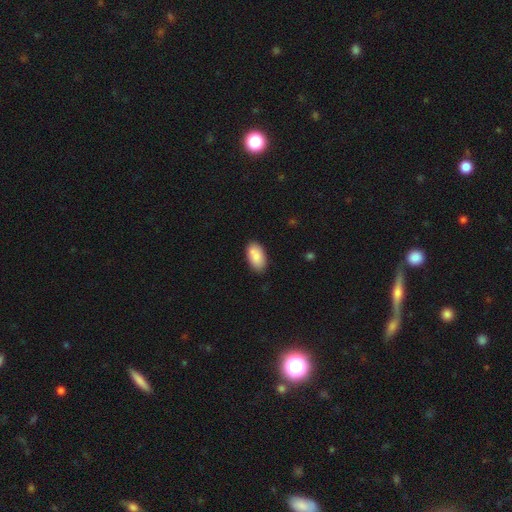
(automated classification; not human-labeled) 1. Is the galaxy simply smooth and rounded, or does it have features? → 83% smooth, 10% featured or disk, 6% star or artifact.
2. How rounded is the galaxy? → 94% in between, 3% round, 2% cigar-shaped.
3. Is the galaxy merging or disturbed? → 78% none, 14% minor disturbance, 5% merger, 3% major disturbance.